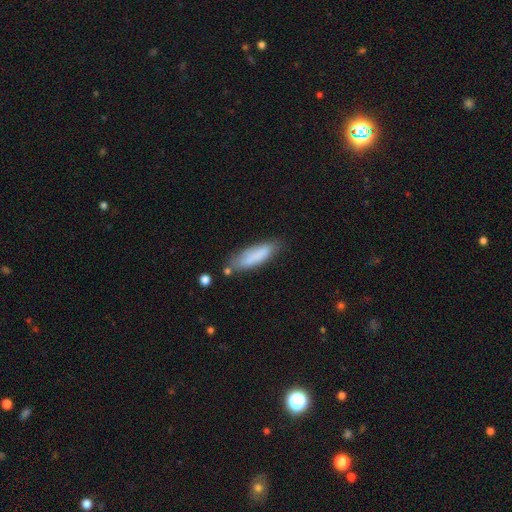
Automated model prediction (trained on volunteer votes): Smooth or featured?
  - smooth: 80% *
  - featured or disk: 13%
  - star or artifact: 7%
How rounded?
  - cigar-shaped: 60% *
  - in between: 39%
  - round: 2%
Merging?
  - none: 68% *
  - minor disturbance: 21%
  - merger: 6%
  - major disturbance: 5%